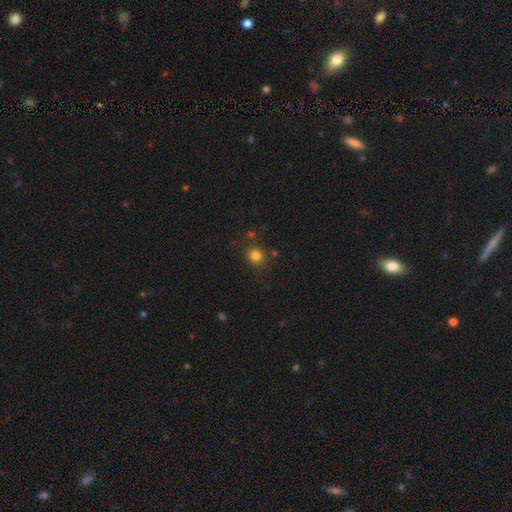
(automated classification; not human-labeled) This is clearly a smooth galaxy (81%). How rounded: clearly round (86%). Merging: clearly none (83%).